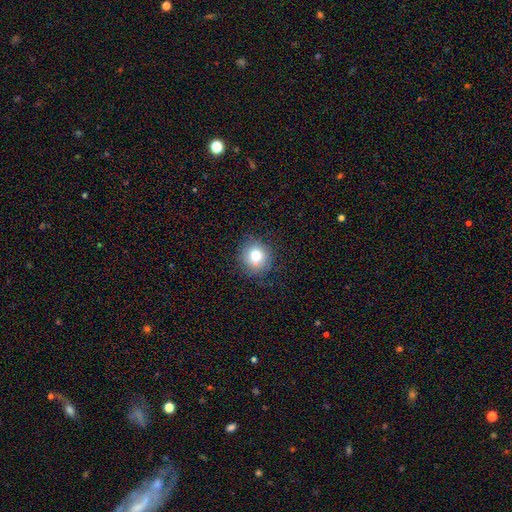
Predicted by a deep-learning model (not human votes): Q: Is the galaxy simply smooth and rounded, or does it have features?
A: smooth — 77%.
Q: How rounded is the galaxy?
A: round — 86%.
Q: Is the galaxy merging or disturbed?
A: none — 84%.